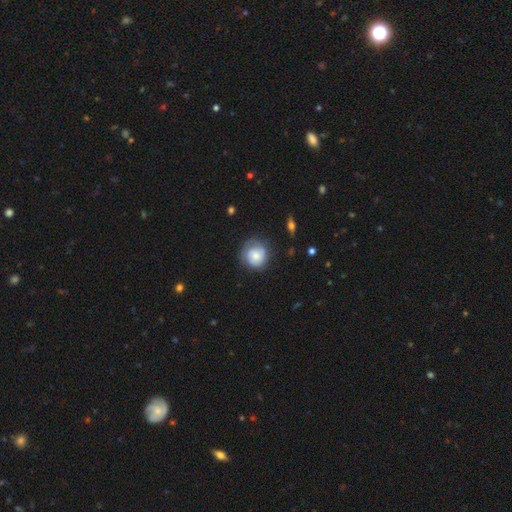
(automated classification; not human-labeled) This appears to be a smooth galaxy with no disk features (51%) that is round (87%). Merging: none (66%).